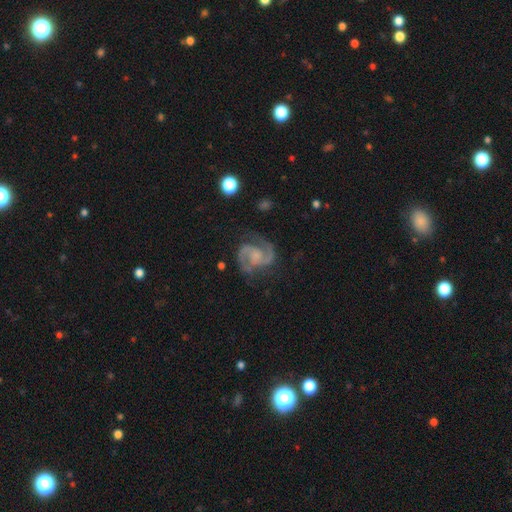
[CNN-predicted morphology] Overall: featured or disk (92%). Edge-on disk: no (98%). Bar: no (51%; weak 39%). Spiral arms: yes (98%). Spiral arm count: 2 (93%). Spiral winding: medium (62%; tight 24%). Bulge size: none (41%; small 31%). Merging: none (76%).